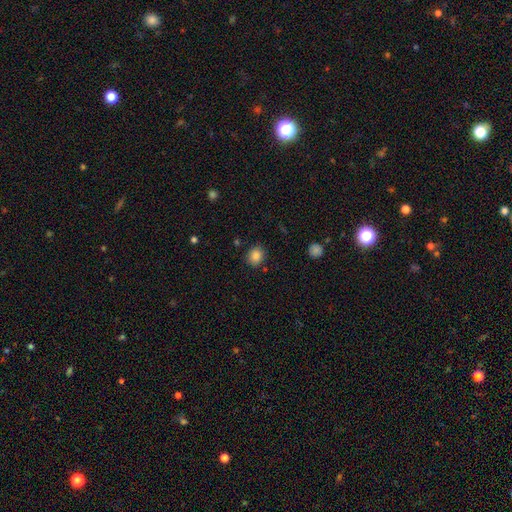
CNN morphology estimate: Smooth or featured?
  - smooth: 84% *
  - star or artifact: 10%
  - featured or disk: 6%
How rounded?
  - round: 70% *
  - in between: 29%
  - cigar-shaped: 1%
Merging?
  - none: 86% *
  - minor disturbance: 10%
  - major disturbance: 3%
  - merger: 2%